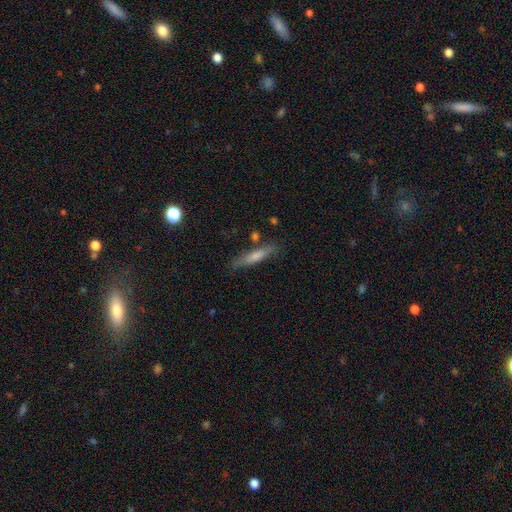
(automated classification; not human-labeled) Smooth or featured? Predicted: smooth (p=0.53). How rounded? Predicted: cigar-shaped (p=0.90). Merging? Predicted: none (p=0.82).